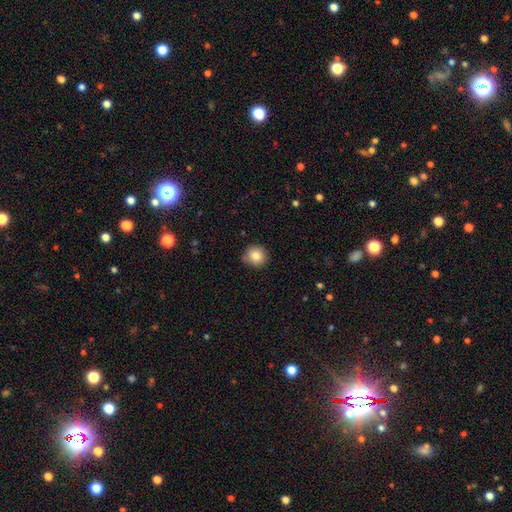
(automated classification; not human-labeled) Morphology: type=smooth (84%); roundness=round (92%); merging=none (84%).